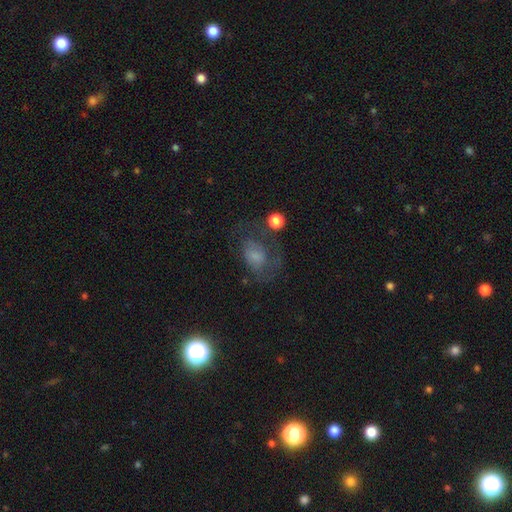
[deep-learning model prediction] smooth-or-featured: smooth: 49% | featured or disk: 35% | star or artifact: 16%
  merging: none: 38% | major disturbance: 33% | minor disturbance: 23% | merger: 5%